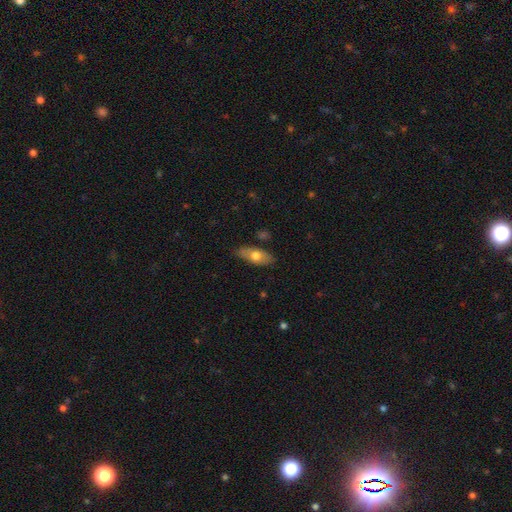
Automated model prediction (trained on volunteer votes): Smooth or featured? Predicted: smooth (p=0.62). How rounded? Predicted: in between (p=0.84). Merging? Predicted: none (p=0.79).